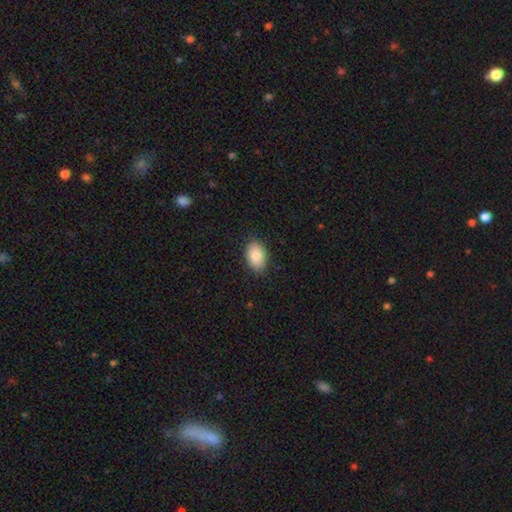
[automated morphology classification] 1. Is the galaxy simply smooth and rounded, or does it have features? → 87% smooth, 7% star or artifact, 6% featured or disk.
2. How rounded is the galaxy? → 89% in between, 10% round, 1% cigar-shaped.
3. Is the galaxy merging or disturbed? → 87% none, 10% minor disturbance, 2% major disturbance, 1% merger.